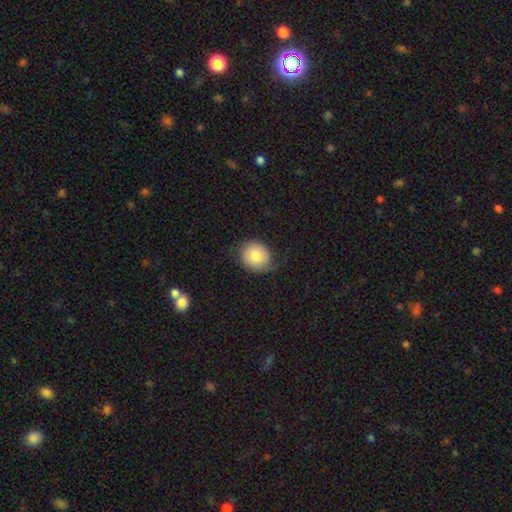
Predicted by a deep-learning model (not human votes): smooth-or-featured: smooth: 66% | featured or disk: 26% | star or artifact: 8%
  how-rounded: round: 69% | in between: 30% | cigar-shaped: 1%
  merging: none: 61% | minor disturbance: 27% | major disturbance: 11% | merger: 1%